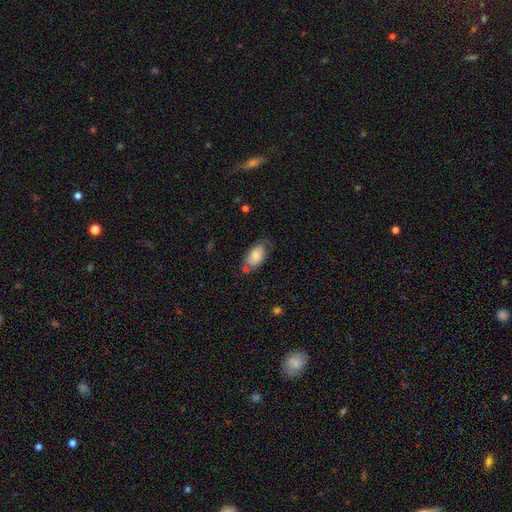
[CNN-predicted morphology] Smooth or featured?
  - smooth: 69% *
  - featured or disk: 24%
  - star or artifact: 7%
How rounded?
  - in between: 93% *
  - round: 5%
  - cigar-shaped: 2%
Merging?
  - none: 55% *
  - minor disturbance: 28%
  - major disturbance: 9%
  - merger: 8%